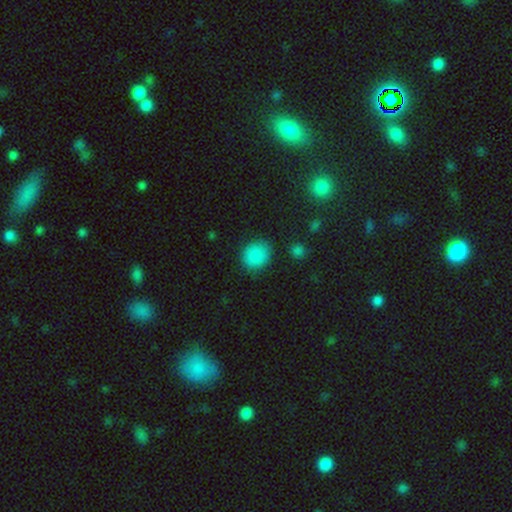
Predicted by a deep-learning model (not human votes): Smooth or featured? Predicted: smooth (p=0.87). How rounded? Predicted: round (p=0.76). Merging? Predicted: none (p=0.84).